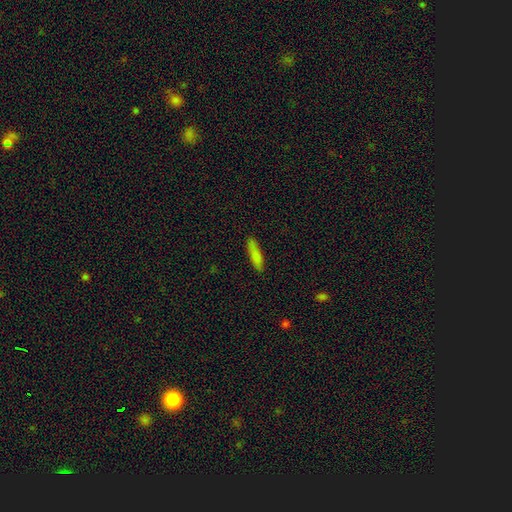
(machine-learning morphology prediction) Smooth or featured?
  - smooth: 81% *
  - featured or disk: 11%
  - star or artifact: 7%
How rounded?
  - cigar-shaped: 75% *
  - in between: 24%
  - round: 2%
Merging?
  - none: 86% *
  - minor disturbance: 11%
  - major disturbance: 2%
  - merger: 1%